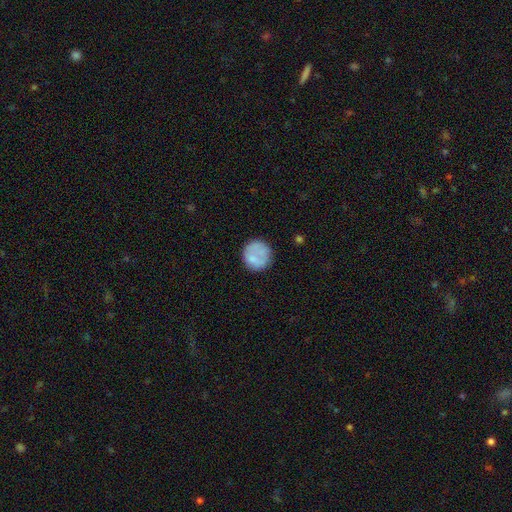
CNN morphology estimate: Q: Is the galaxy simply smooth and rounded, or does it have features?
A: smooth — 75%.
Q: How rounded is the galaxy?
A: round — 91%.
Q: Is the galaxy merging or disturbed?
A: none — 73%.